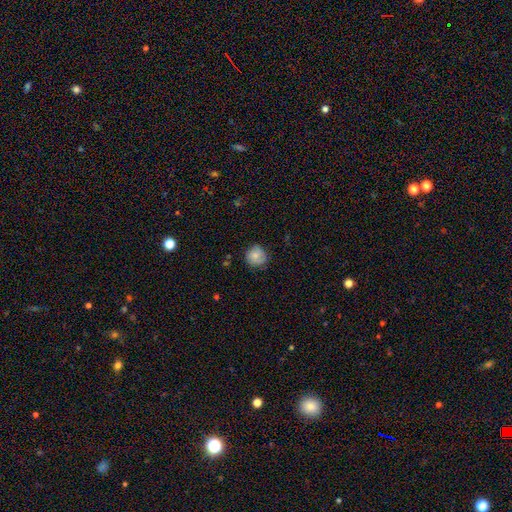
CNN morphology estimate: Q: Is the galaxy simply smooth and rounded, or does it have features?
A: smooth — 75%.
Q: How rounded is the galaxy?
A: round — 89%.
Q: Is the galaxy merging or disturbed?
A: none — 70%.